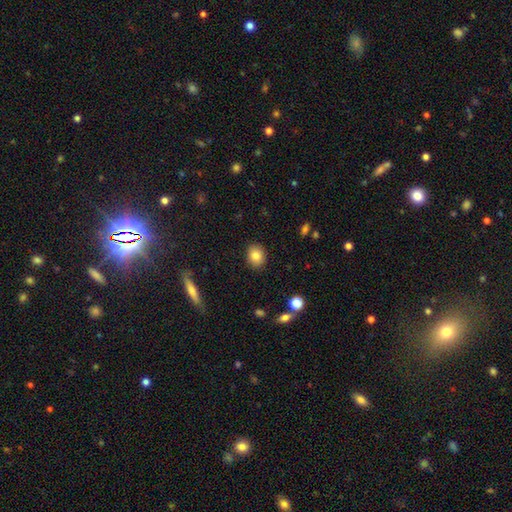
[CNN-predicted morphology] smooth 83%, star or artifact 9%, featured or disk 8%. Down the decision tree: how rounded — round (51%); merging — none (89%).